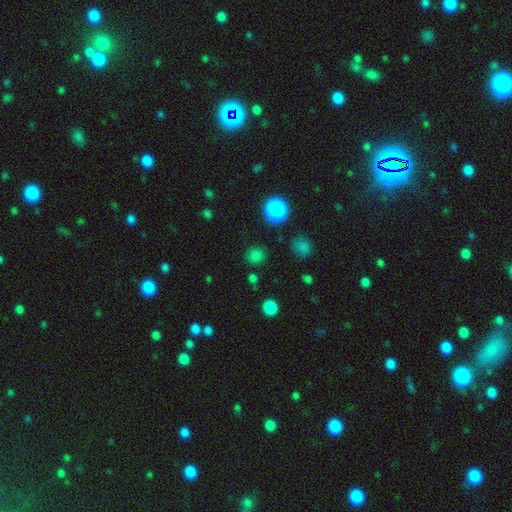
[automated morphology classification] A smooth galaxy with no disk features (75%) that is round (83%).

Vote fractions:
- Smooth or featured? smooth: 75% / star or artifact: 20% / featured or disk: 5%
- How rounded? round: 83% / in between: 16% / cigar-shaped: 1%
- Merging? none: 84% / minor disturbance: 9% / major disturbance: 3% / merger: 3%